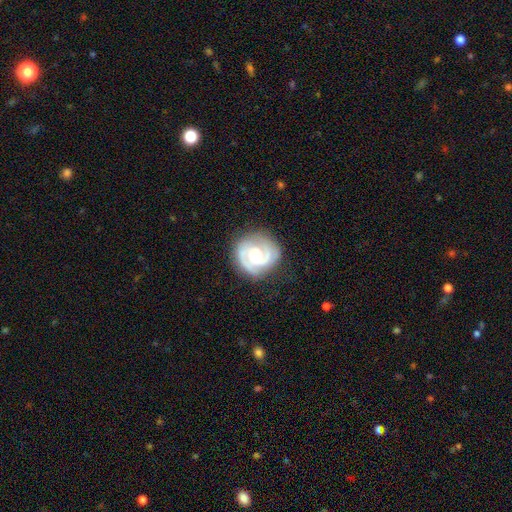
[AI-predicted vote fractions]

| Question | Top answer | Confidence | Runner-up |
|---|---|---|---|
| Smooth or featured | featured or disk | 84% | smooth (11%) |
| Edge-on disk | no | 98% | yes (2%) |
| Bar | no | 55% | weak (37%) |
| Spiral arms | yes | 96% | no (4%) |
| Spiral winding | tight | 51% | medium (40%) |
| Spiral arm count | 2 | 73% | 3 (10%) |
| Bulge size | moderate | 62% | small (30%) |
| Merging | none | 79% | minor disturbance (14%) |